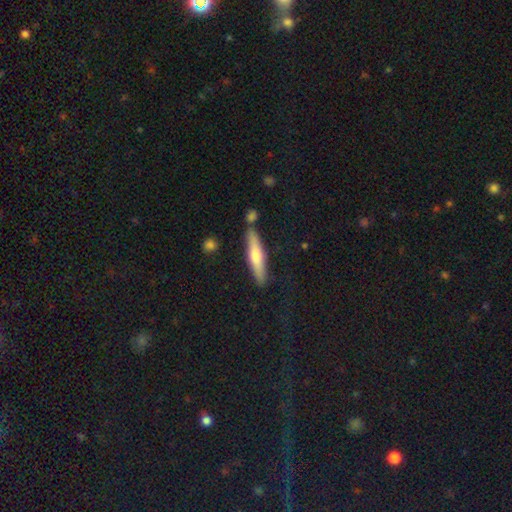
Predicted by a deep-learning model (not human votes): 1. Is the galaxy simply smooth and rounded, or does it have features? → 54% smooth, 40% featured or disk, 6% star or artifact.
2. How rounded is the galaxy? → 87% cigar-shaped, 12% in between, 2% round.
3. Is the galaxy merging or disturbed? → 80% none, 11% minor disturbance, 6% merger, 2% major disturbance.